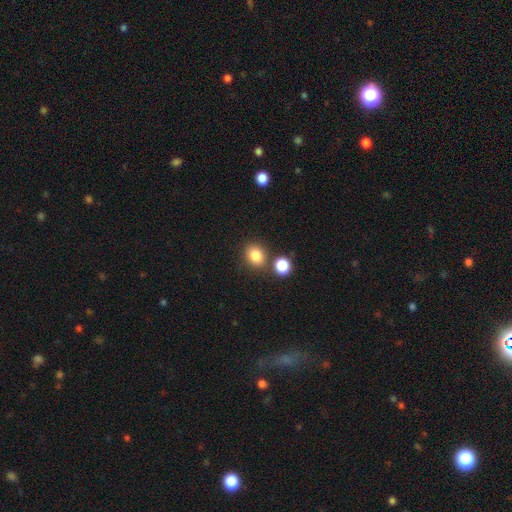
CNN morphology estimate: This appears to be a smooth galaxy with no disk features (83%) that is round (64%). Merging: none (71%).